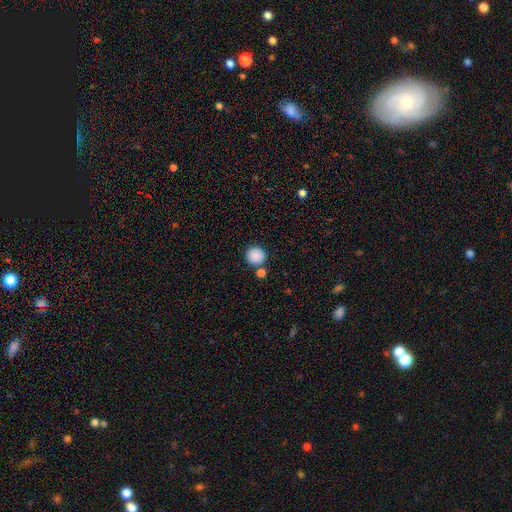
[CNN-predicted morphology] smooth-or-featured: smooth: 88% | star or artifact: 9% | featured or disk: 3%
  how-rounded: round: 90% | in between: 9% | cigar-shaped: 1%
  merging: none: 79% | merger: 11% | minor disturbance: 8% | major disturbance: 3%